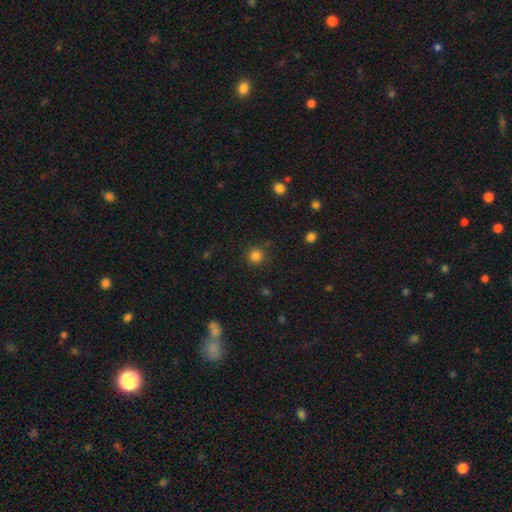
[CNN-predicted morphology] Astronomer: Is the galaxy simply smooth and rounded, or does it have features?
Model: smooth — 83%.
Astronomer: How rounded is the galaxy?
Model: round — 94%.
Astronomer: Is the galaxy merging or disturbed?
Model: none — 88%.